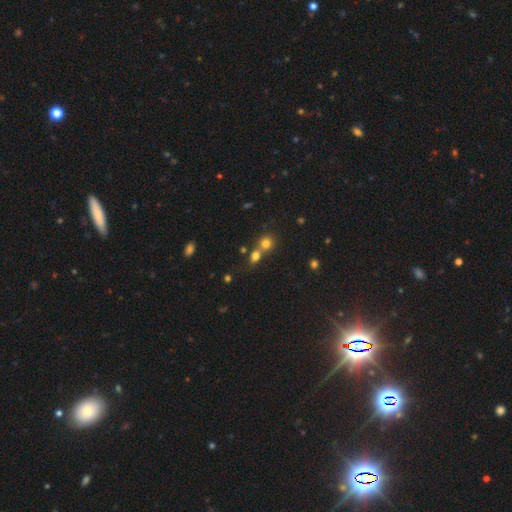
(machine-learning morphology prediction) Smooth or featured?
  - smooth: 74% *
  - star or artifact: 16%
  - featured or disk: 10%
How rounded?
  - round: 71% *
  - in between: 27%
  - cigar-shaped: 2%
Merging?
  - merger: 50% *
  - none: 39%
  - minor disturbance: 7%
  - major disturbance: 4%